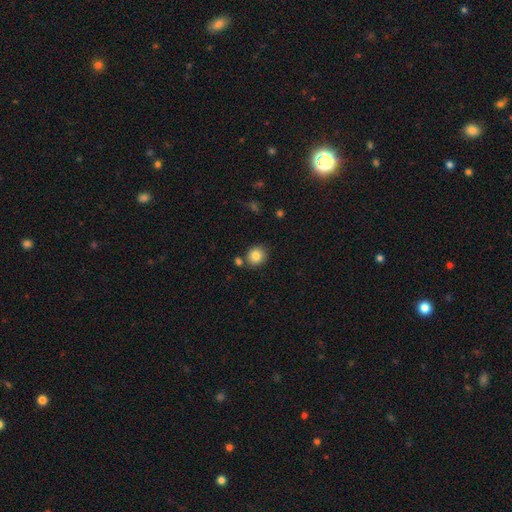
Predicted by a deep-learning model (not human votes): smooth-or-featured: smooth: 84% | star or artifact: 9% | featured or disk: 6%
  how-rounded: round: 78% | in between: 22% | cigar-shaped: 1%
  merging: none: 78% | merger: 10% | minor disturbance: 10% | major disturbance: 3%